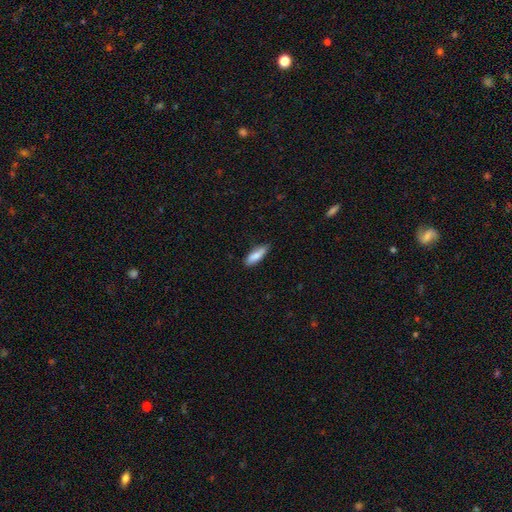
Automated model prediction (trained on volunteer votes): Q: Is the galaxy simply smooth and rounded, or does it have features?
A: smooth — 83%.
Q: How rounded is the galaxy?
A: in between — 53%.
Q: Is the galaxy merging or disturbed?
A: none — 77%.